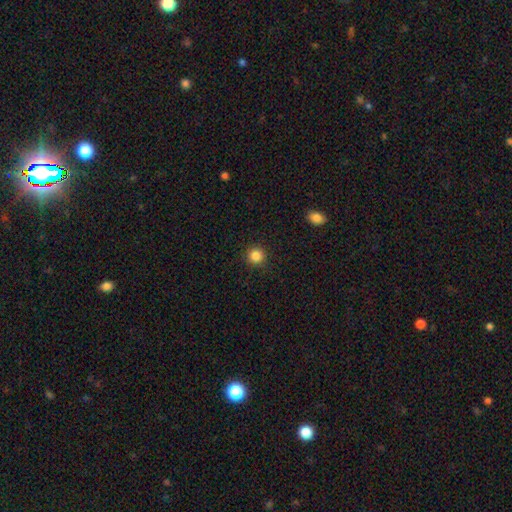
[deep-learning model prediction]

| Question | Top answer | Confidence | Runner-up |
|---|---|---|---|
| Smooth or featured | smooth | 85% | star or artifact (11%) |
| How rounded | round | 95% | in between (4%) |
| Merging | none | 91% | minor disturbance (6%) |